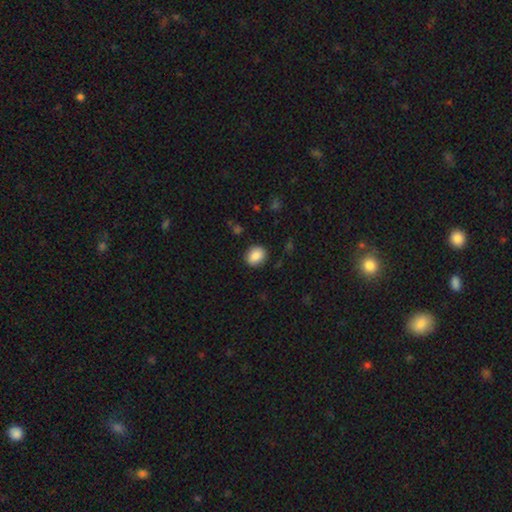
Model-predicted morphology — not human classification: Q: Smooth or featured?
A: smooth (88%); runner-up: star or artifact (8%)
Q: How rounded?
A: round (55%); runner-up: in between (44%)
Q: Merging?
A: none (88%); runner-up: minor disturbance (8%)